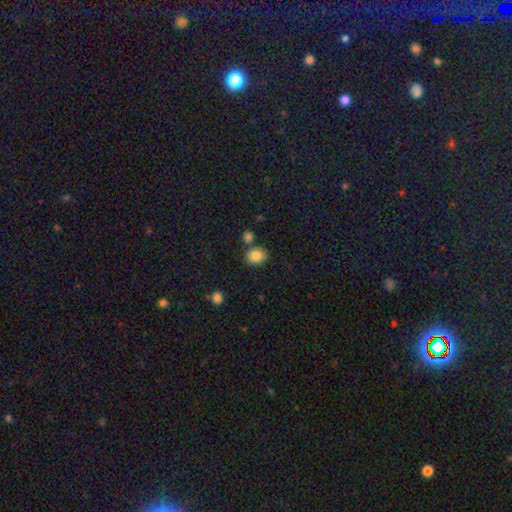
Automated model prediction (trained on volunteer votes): A smooth galaxy with no disk features (85%) that is round (68%). Merging: none (74%).